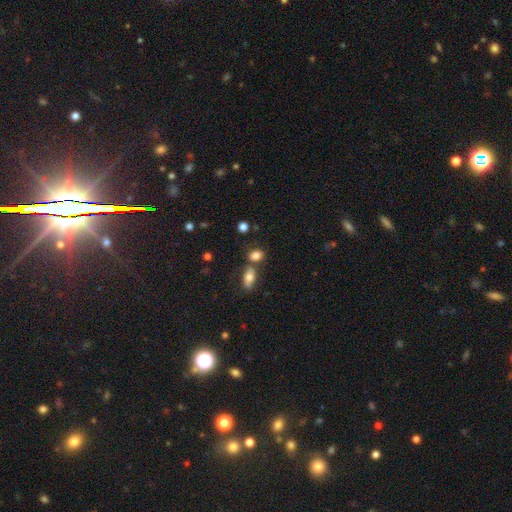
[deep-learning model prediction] Q: Smooth or featured?
A: smooth (81%); runner-up: star or artifact (10%)
Q: How rounded?
A: in between (74%); runner-up: round (22%)
Q: Merging?
A: none (55%); runner-up: merger (28%)